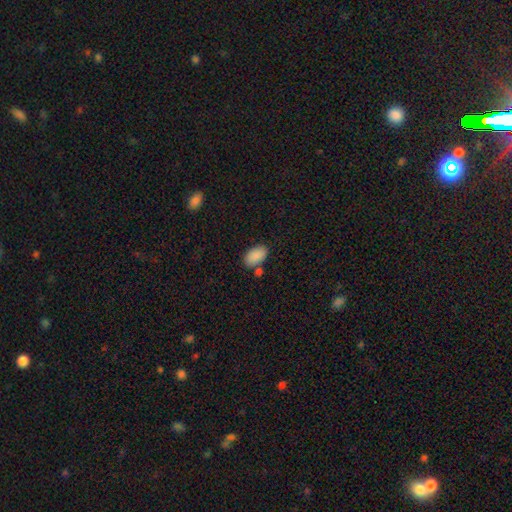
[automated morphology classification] Q: Smooth or featured?
A: smooth (89%); runner-up: star or artifact (7%)
Q: How rounded?
A: in between (95%); runner-up: round (4%)
Q: Merging?
A: none (73%); runner-up: minor disturbance (13%)